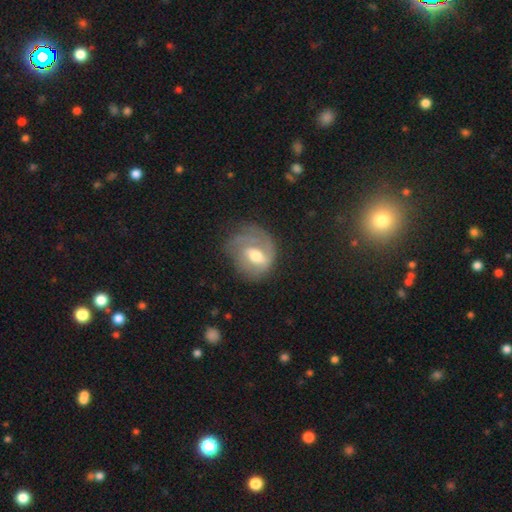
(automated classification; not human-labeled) Morphology: type=featured or disk (59%); edge-on=no (96%); bar=weak (47%); spiral arms=yes (66%); bulge=moderate (70%); merging=none (40%).